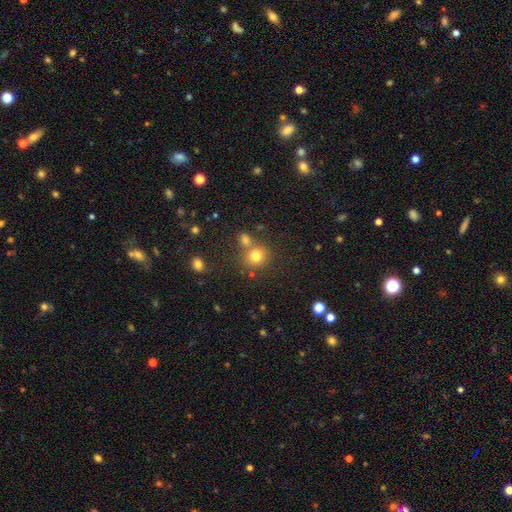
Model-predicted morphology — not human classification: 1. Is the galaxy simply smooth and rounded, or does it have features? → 78% smooth, 14% star or artifact, 8% featured or disk.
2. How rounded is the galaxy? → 85% round, 14% in between, 1% cigar-shaped.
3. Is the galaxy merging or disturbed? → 65% none, 23% merger, 9% minor disturbance, 3% major disturbance.